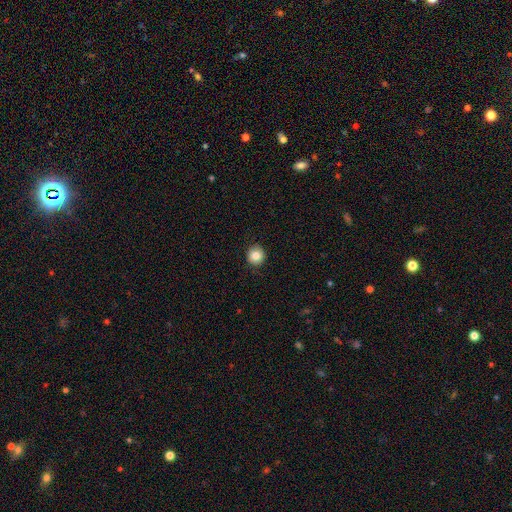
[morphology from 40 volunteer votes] This is clearly a smooth galaxy (82%). How rounded: clearly round (97%). Merging: clearly none (100%).